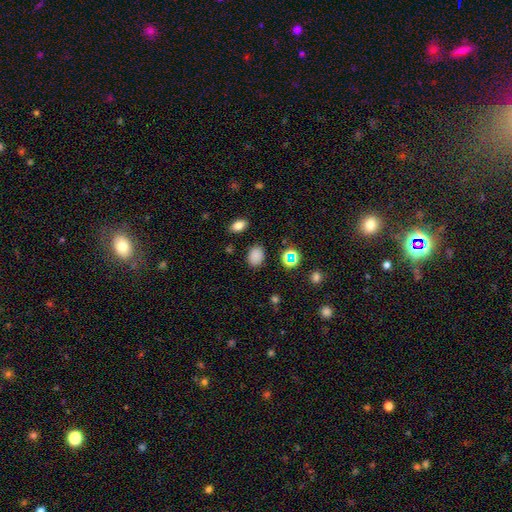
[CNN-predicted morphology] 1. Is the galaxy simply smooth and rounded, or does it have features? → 80% smooth, 16% star or artifact, 4% featured or disk.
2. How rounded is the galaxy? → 64% in between, 35% round, 1% cigar-shaped.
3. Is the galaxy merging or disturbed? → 83% none, 11% minor disturbance, 3% major disturbance, 3% merger.